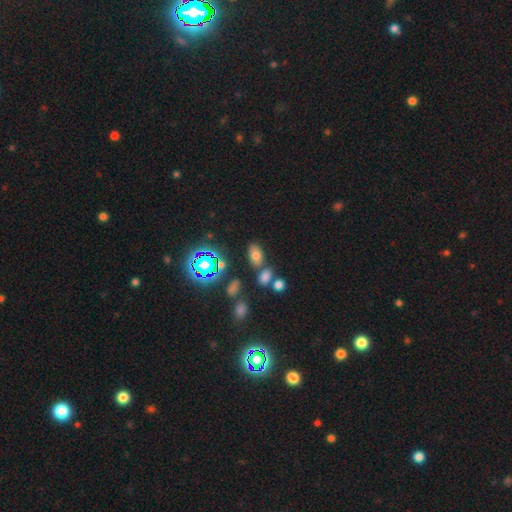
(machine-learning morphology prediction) Q: Smooth or featured?
A: smooth (64%); runner-up: star or artifact (24%)
Q: How rounded?
A: in between (87%); runner-up: round (10%)
Q: Merging?
A: none (72%); runner-up: merger (12%)